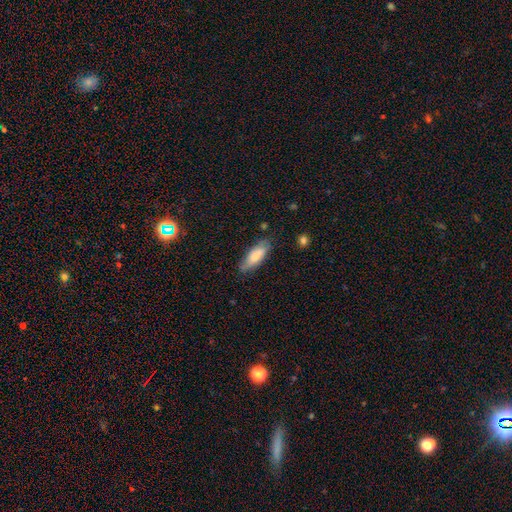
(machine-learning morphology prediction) Smooth or featured? smooth (75%)
How rounded? in between (66%)
Merging? none (74%)